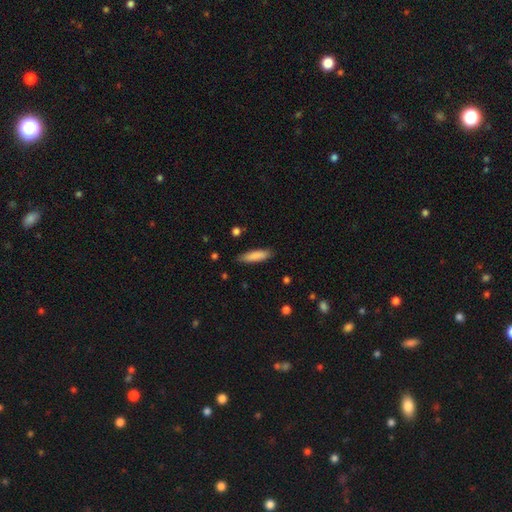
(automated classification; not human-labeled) Q: Smooth or featured?
A: smooth (85%); runner-up: featured or disk (9%)
Q: How rounded?
A: cigar-shaped (71%); runner-up: in between (28%)
Q: Merging?
A: none (85%); runner-up: minor disturbance (11%)